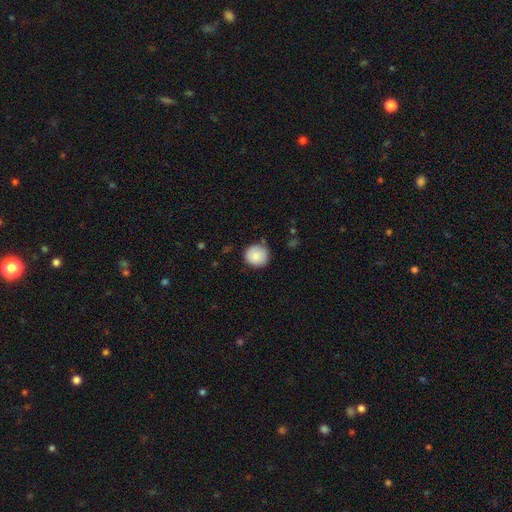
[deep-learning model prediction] This appears to be a smooth galaxy with no disk features (86%) that is round (94%). Merging: none (82%).